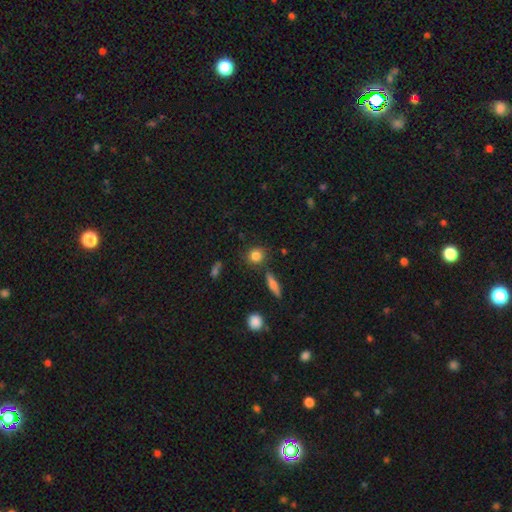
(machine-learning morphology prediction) Q: Smooth or featured?
A: smooth (83%); runner-up: star or artifact (9%)
Q: How rounded?
A: round (82%); runner-up: in between (15%)
Q: Merging?
A: none (79%); runner-up: minor disturbance (11%)